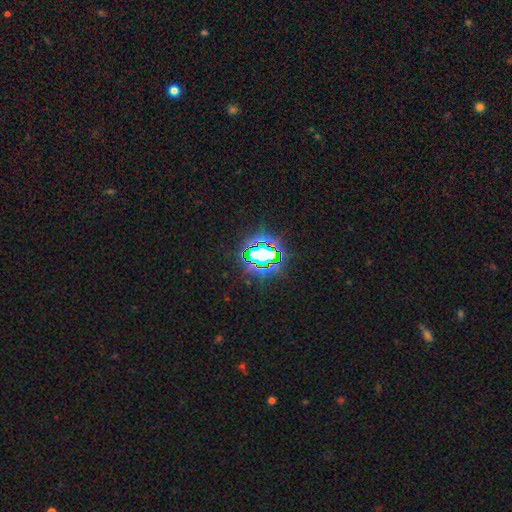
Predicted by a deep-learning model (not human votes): star or artifact 79%, smooth 13%, featured or disk 8%.